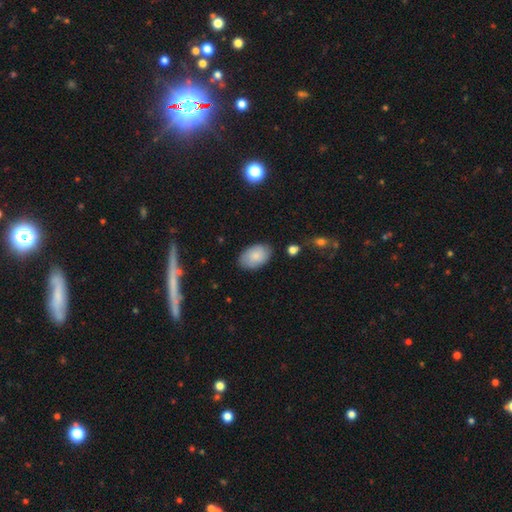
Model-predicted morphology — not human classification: Q: Smooth or featured?
A: smooth (83%); runner-up: featured or disk (10%)
Q: How rounded?
A: in between (91%); runner-up: round (8%)
Q: Merging?
A: none (83%); runner-up: minor disturbance (12%)